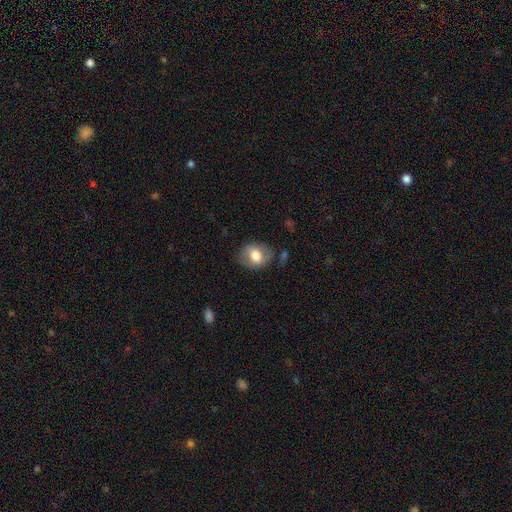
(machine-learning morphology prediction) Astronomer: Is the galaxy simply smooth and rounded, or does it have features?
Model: smooth — 70%.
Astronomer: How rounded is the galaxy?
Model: in between — 51% (runner-up: round, 48%).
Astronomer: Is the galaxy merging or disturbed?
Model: none — 78%.